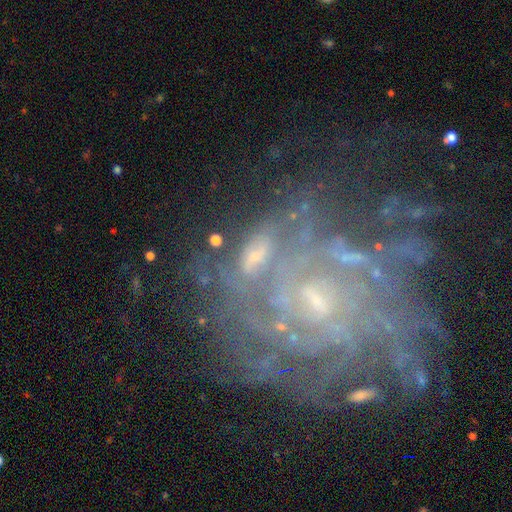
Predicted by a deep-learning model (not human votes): smooth_or_featured: featured or disk (p=0.55) [alt: smooth p=0.24]
disk_edge_on: no (p=0.91) [alt: yes p=0.09]
bar: no (p=0.39) [alt: weak p=0.32]
has_spiral_arms: yes (p=0.72) [alt: no p=0.28]
bulge_size: small (p=0.44) [alt: moderate p=0.33]
merging: none (p=0.45) [alt: merger p=0.21]